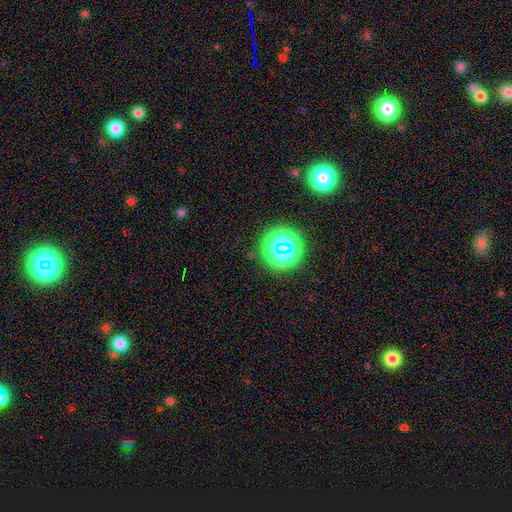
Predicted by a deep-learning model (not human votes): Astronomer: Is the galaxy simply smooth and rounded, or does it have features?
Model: star or artifact — 71%.